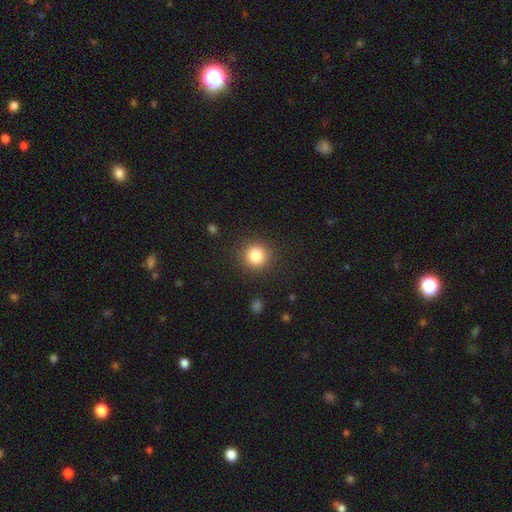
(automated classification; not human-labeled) Smooth or featured? Predicted: smooth (p=0.83). How rounded? Predicted: round (p=0.92). Merging? Predicted: none (p=0.89).